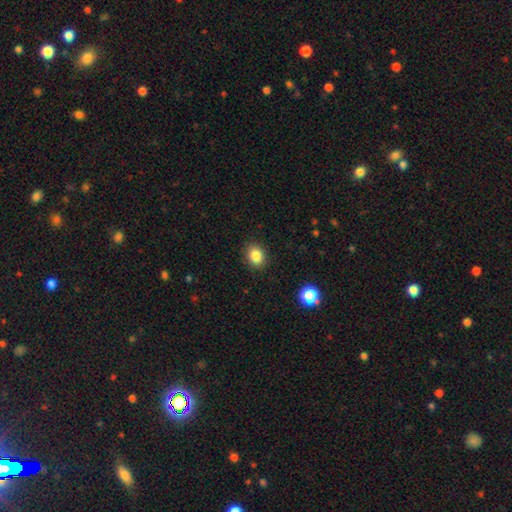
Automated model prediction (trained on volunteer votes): Morphology: type=smooth (86%); roundness=in between (54%); merging=none (88%).